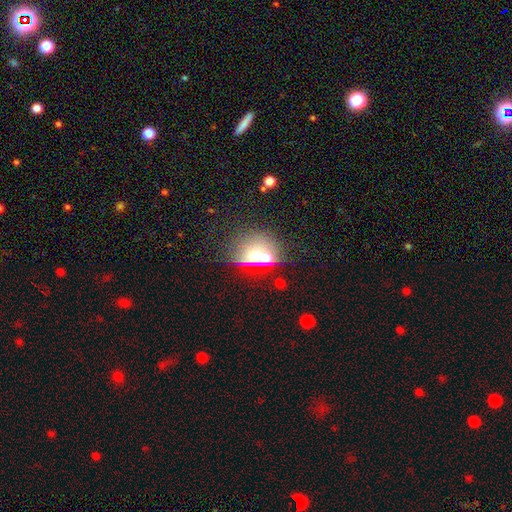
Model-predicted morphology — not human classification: smooth 53%, star or artifact 25%, featured or disk 22%. Down the decision tree: how rounded — round (62%); merging — none (50%).